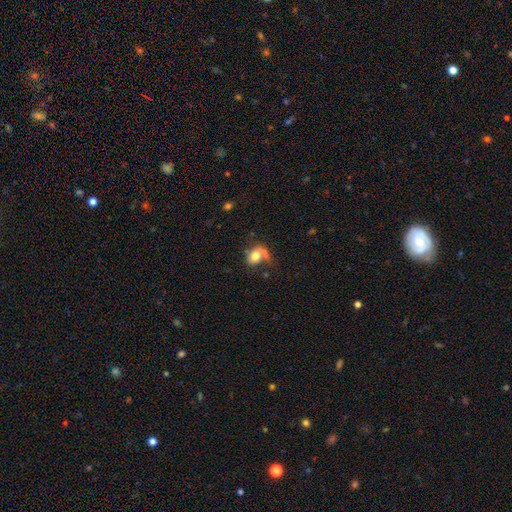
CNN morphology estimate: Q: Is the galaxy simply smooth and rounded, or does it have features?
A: smooth — 59%.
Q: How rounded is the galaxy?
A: in between — 66%.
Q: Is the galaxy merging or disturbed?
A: none — 34%.